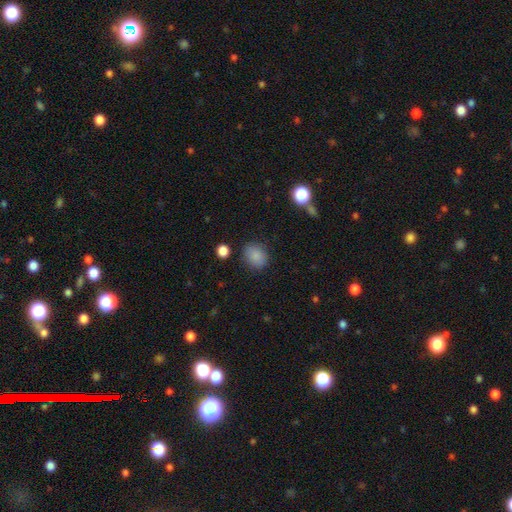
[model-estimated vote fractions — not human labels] Smooth or featured: smooth — 86% (star or artifact — 9%)
How rounded: round — 58% (in between — 41%)
Merging: none — 84% (minor disturbance — 11%)